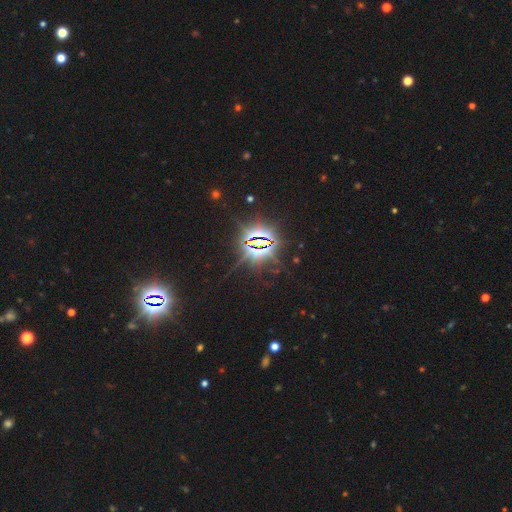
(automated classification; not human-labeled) Smooth or featured? star or artifact (85%)